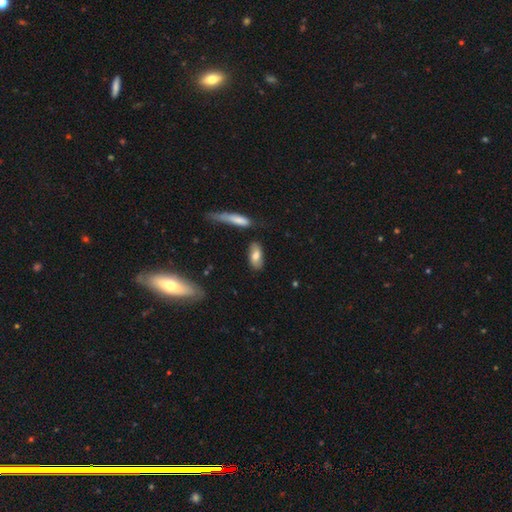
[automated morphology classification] Smooth or featured: smooth — 73% (featured or disk — 20%)
How rounded: in between — 82% (cigar-shaped — 14%)
Merging: none — 74% (minor disturbance — 16%)